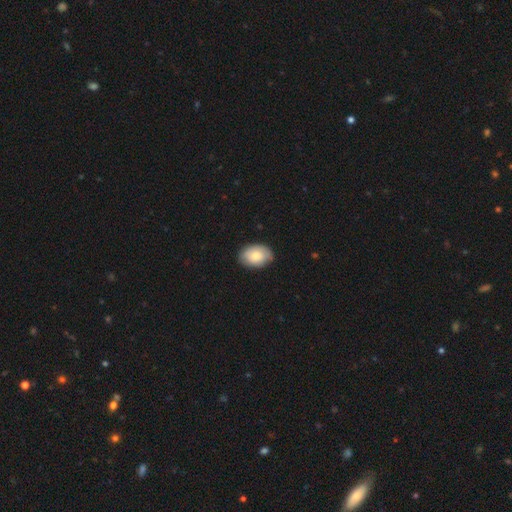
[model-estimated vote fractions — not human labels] A smooth galaxy with no disk features (79%) that is in between round and cigar-shaped (84%).

Vote fractions:
- Smooth or featured? smooth: 79% / featured or disk: 15% / star or artifact: 6%
- How rounded? in between: 84% / round: 15% / cigar-shaped: 1%
- Merging? none: 81% / minor disturbance: 15% / major disturbance: 2% / merger: 1%